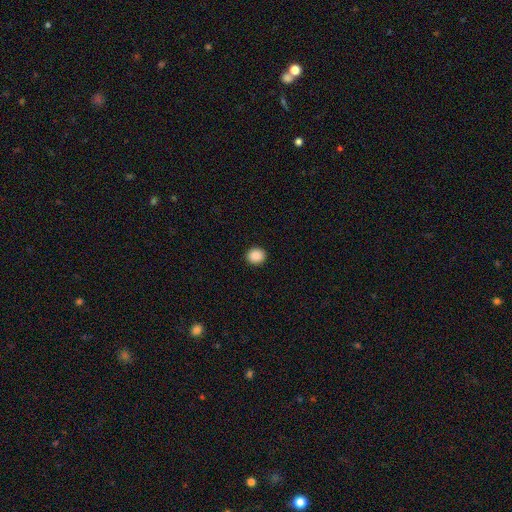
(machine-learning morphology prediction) smooth_or_featured: smooth (p=0.89) [alt: star or artifact p=0.09]
how_rounded: round (p=0.85) [alt: in between p=0.14]
merging: none (p=0.93) [alt: minor disturbance p=0.05]